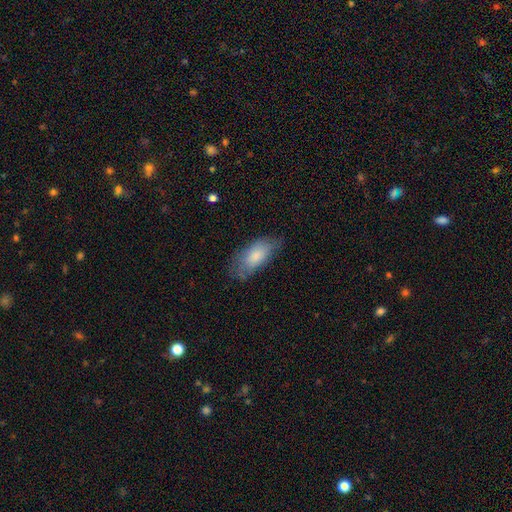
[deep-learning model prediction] Morphology: type=smooth (78%); roundness=in between (89%); merging=none (66%).